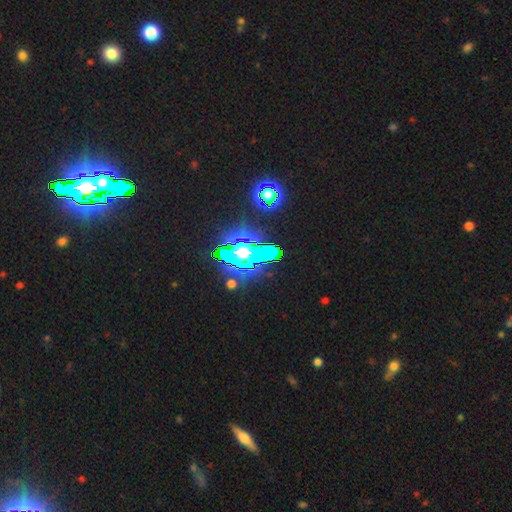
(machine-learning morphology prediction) The model was most divided on "smooth or featured": star or artifact: 60%, featured or disk: 20%, smooth: 19%.